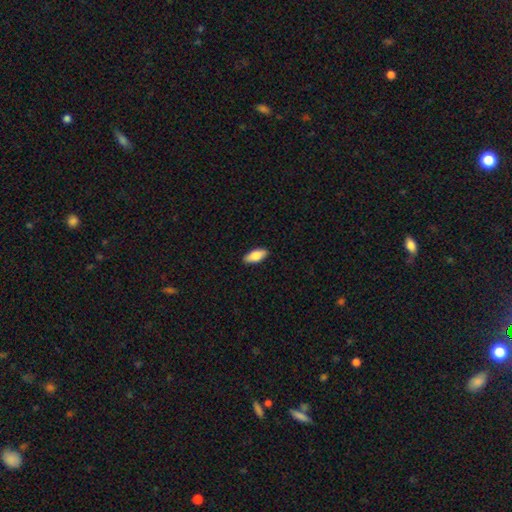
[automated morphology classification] This appears to be a smooth galaxy with no disk features (80%) that is in between round and cigar-shaped (82%). Merging: none (89%).